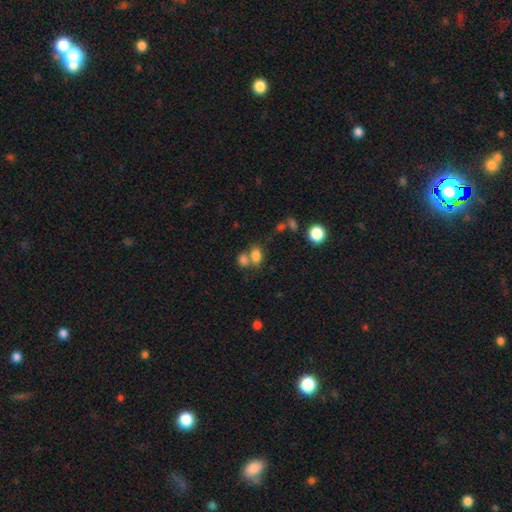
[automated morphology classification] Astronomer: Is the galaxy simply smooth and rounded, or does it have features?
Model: smooth — 79%.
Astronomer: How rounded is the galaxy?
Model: in between — 80%.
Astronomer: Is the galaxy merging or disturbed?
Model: merger — 42%, tied with none at 42%.